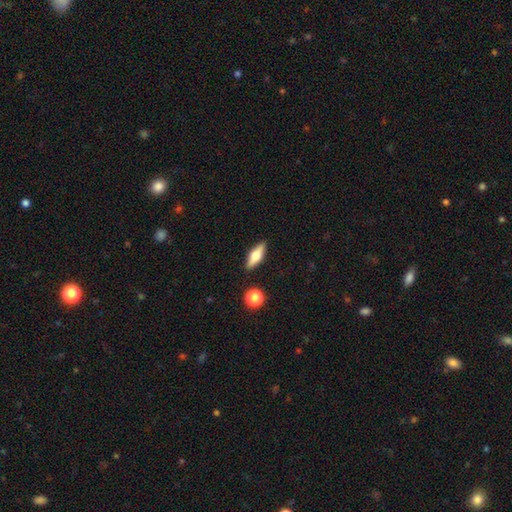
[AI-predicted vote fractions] Smooth or featured? smooth (47%)
Merging? none (87%)